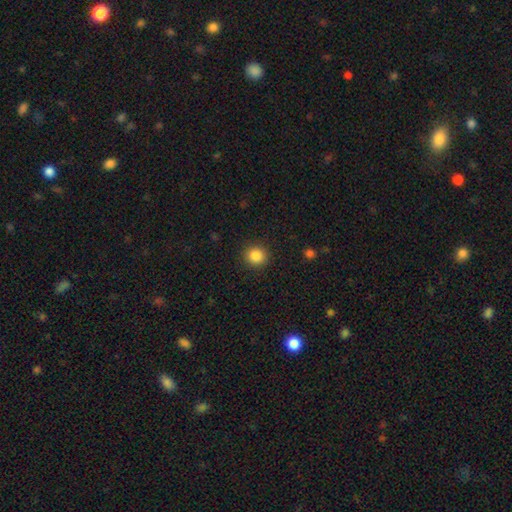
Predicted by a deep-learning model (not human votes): Overall: smooth (86%). How rounded: round (91%). Merging: none (91%).